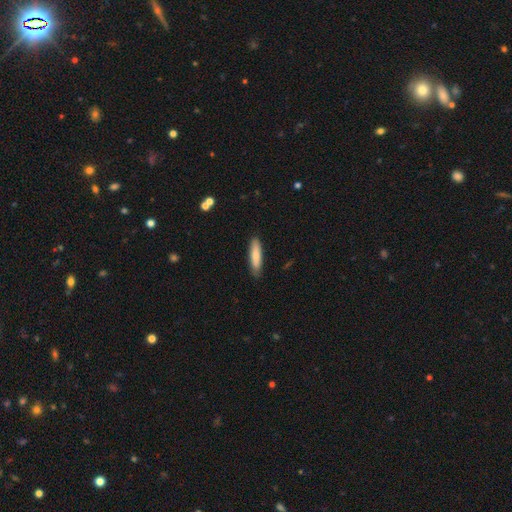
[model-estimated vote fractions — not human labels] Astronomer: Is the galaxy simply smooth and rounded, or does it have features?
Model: smooth — 77%.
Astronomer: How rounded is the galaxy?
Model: cigar-shaped — 73%.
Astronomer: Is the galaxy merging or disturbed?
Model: none — 86%.